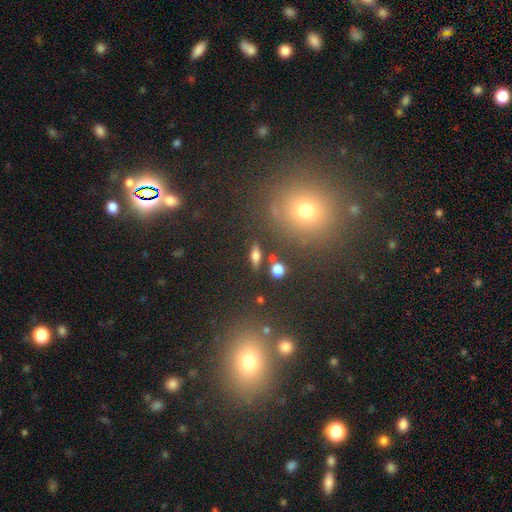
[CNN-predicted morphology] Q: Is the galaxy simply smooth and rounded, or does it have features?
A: smooth — 61%.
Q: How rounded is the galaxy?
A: in between — 57%.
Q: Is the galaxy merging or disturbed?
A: none — 83%.